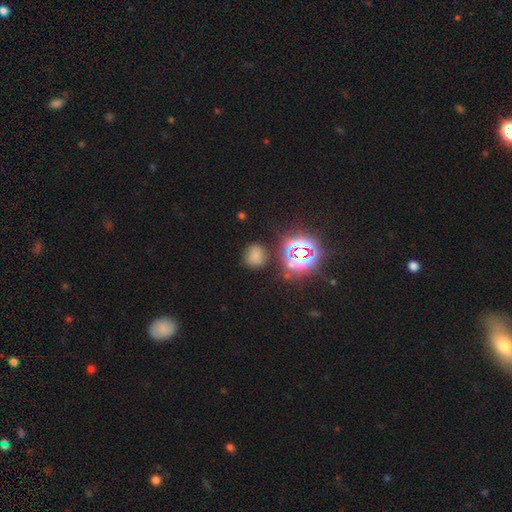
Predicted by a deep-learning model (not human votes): A smooth galaxy with no disk features (63%) that is round (72%).

Vote fractions:
- Smooth or featured? smooth: 63% / star or artifact: 28% / featured or disk: 9%
- How rounded? round: 72% / in between: 26% / cigar-shaped: 1%
- Merging? none: 77% / minor disturbance: 14% / major disturbance: 5% / merger: 5%